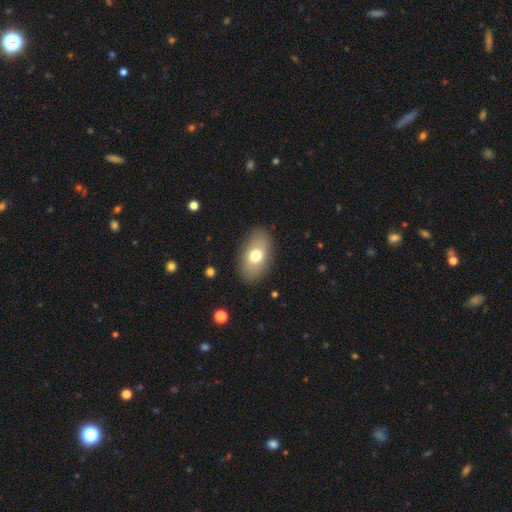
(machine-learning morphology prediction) Smooth or featured: smooth — 70% (featured or disk — 23%)
How rounded: in between — 90% (round — 8%)
Merging: none — 86% (minor disturbance — 10%)